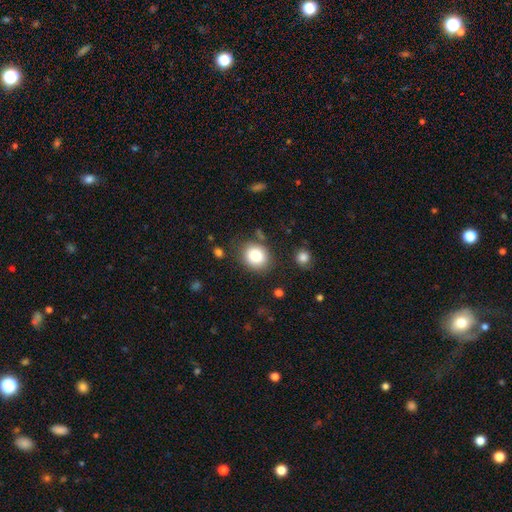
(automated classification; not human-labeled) The model was most divided on "how rounded": round: 76%, in between: 23%, cigar-shaped: 1%. More confident: smooth or featured — smooth (82%); merging — none (81%).